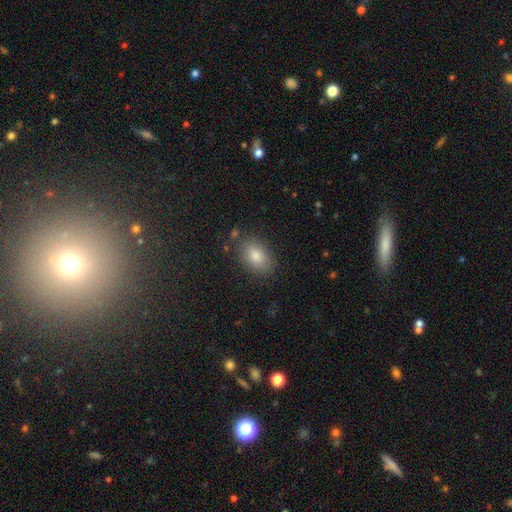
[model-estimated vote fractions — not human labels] Smooth or featured? smooth (81%)
How rounded? in between (86%)
Merging? none (83%)